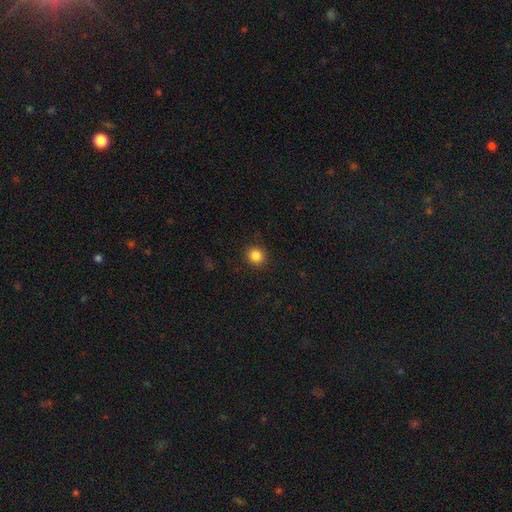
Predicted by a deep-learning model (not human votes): Q: Smooth or featured?
A: smooth (85%); runner-up: star or artifact (11%)
Q: How rounded?
A: round (90%); runner-up: in between (9%)
Q: Merging?
A: none (92%); runner-up: minor disturbance (5%)